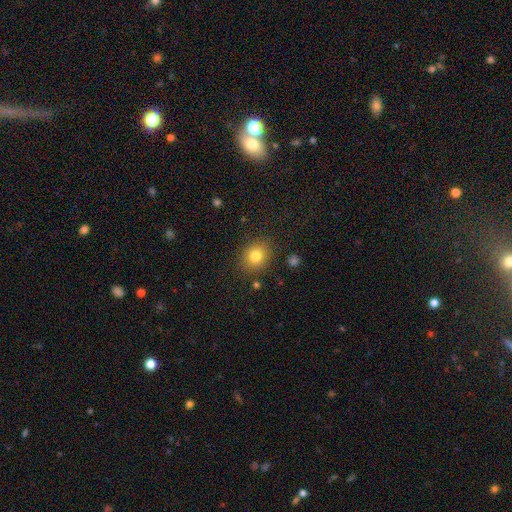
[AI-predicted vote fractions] The model was most divided on "how rounded": round: 65%, in between: 34%, cigar-shaped: 1%. More confident: merging — none (86%); smooth or featured — smooth (80%).